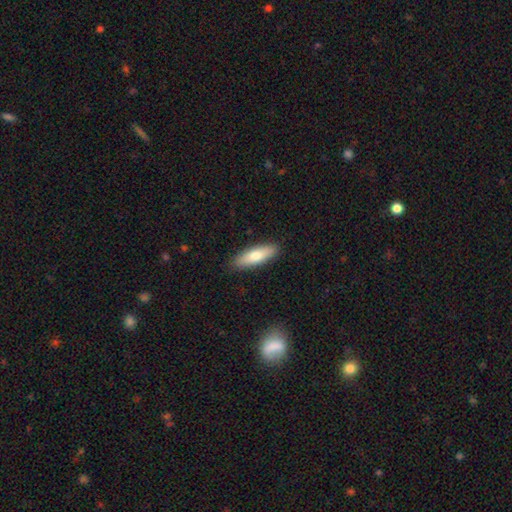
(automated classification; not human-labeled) Smooth or featured?
  - smooth: 73% *
  - featured or disk: 22%
  - star or artifact: 6%
How rounded?
  - cigar-shaped: 51% *
  - in between: 47%
  - round: 2%
Merging?
  - none: 89% *
  - minor disturbance: 8%
  - major disturbance: 2%
  - merger: 1%